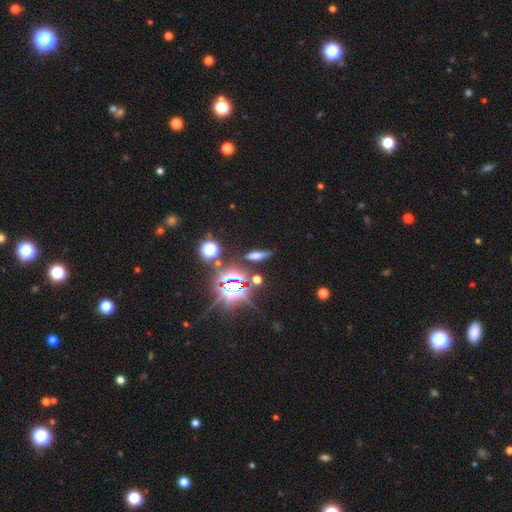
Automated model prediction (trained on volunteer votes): This appears to be a smooth galaxy with no disk features (48%). Merging: none (82%).